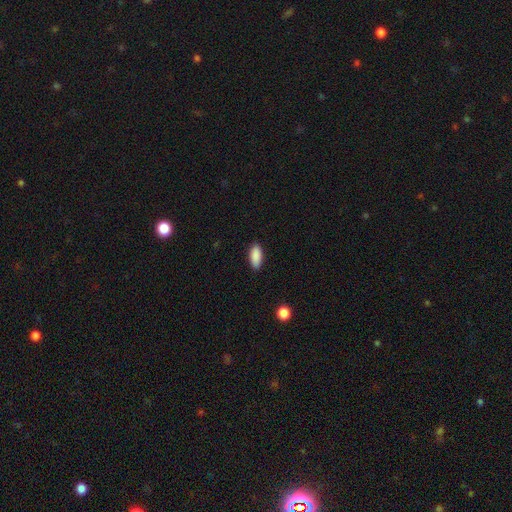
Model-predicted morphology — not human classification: The model was most divided on "how rounded": in between: 88%, cigar-shaped: 10%, round: 2%. More confident: smooth or featured — smooth (90%); merging — none (88%).